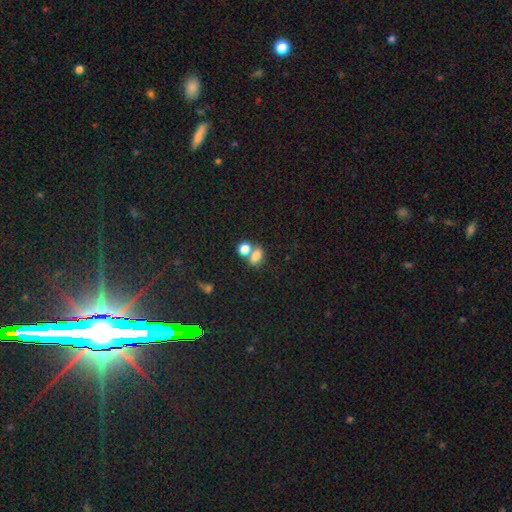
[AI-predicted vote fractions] This is likely a smooth galaxy (78%). How rounded: likely in between (73%). Merging: possibly merger (47%).